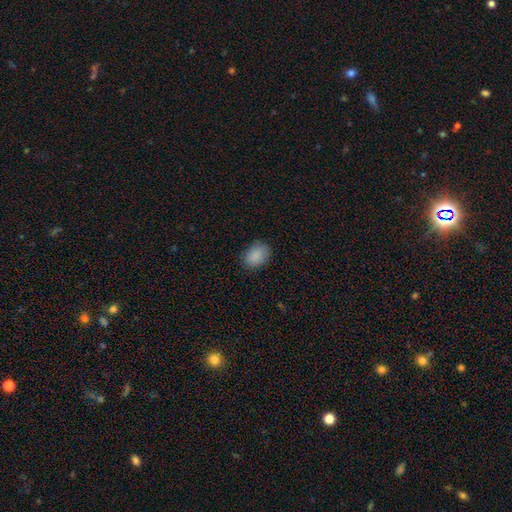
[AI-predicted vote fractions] Smooth or featured: smooth — 89% (star or artifact — 8%)
How rounded: in between — 78% (round — 21%)
Merging: none — 82% (minor disturbance — 14%)